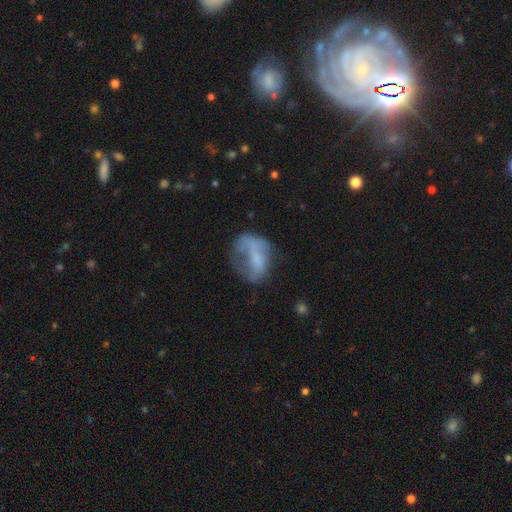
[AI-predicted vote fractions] The model was most divided on "merging": major disturbance: 37%, none: 33%, minor disturbance: 25%, merger: 5%. Remaining: smooth or featured — smooth (47%).